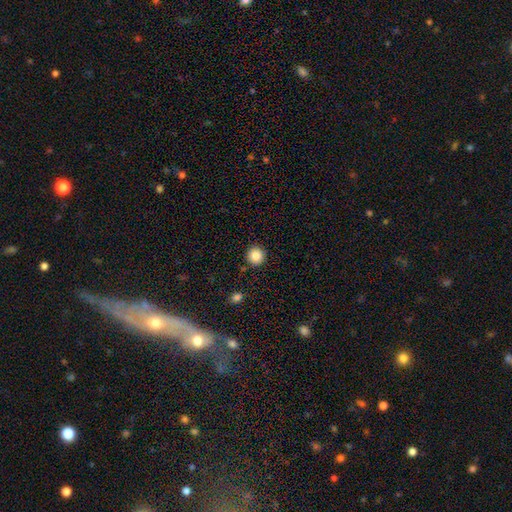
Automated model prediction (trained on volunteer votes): Overall: smooth (84%). How rounded: round (95%). Merging: none (91%).